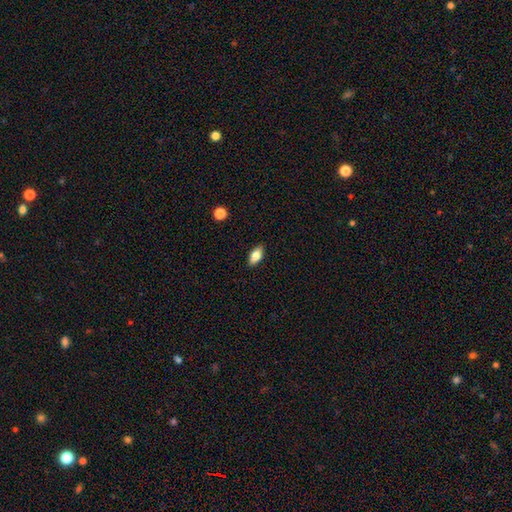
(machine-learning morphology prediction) Overall: smooth (79%). How rounded: in between (89%). Merging: none (89%).